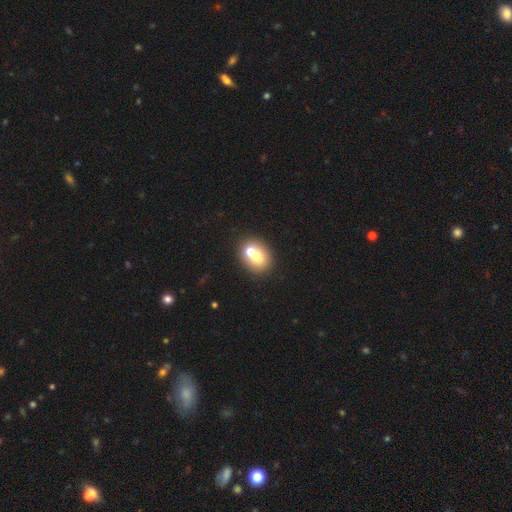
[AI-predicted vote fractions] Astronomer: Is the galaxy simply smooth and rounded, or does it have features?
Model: smooth — 66%.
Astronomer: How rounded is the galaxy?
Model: round — 55% (runner-up: in between, 44%).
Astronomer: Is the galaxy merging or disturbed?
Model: merger — 51% (runner-up: none, 38%).